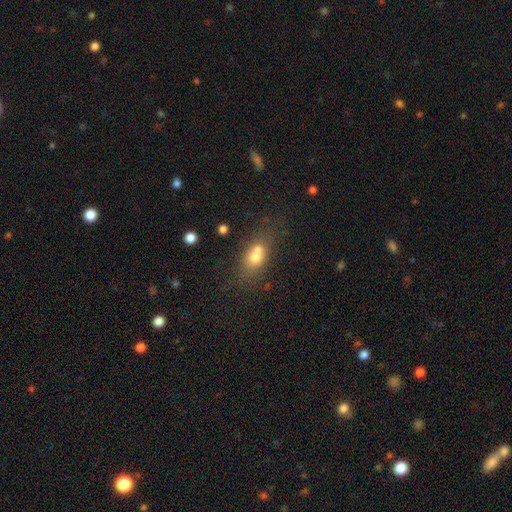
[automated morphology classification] Smooth or featured: smooth — 65% (featured or disk — 21%)
How rounded: in between — 60% (round — 34%)
Merging: merger — 47% (none — 37%)